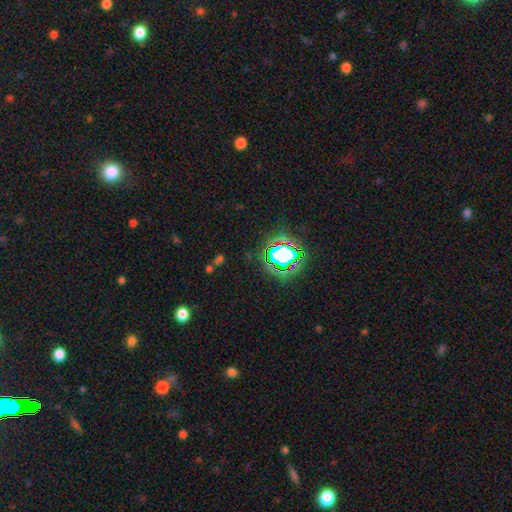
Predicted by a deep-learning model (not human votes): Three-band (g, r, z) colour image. It shows a star or artifact, not a galaxy (76%).